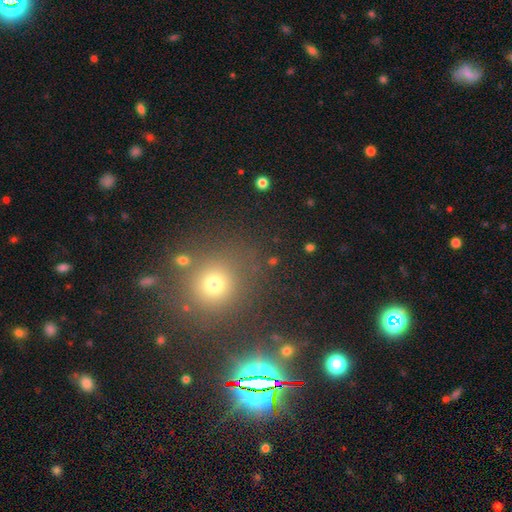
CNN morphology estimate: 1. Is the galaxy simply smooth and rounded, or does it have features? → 48% star or artifact, 44% smooth, 8% featured or disk.